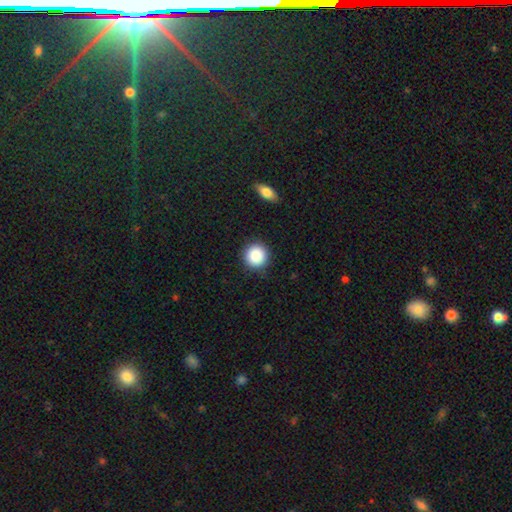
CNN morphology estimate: smooth 85%, star or artifact 9%, featured or disk 6%. Down the decision tree: how rounded — round (95%); merging — none (90%).